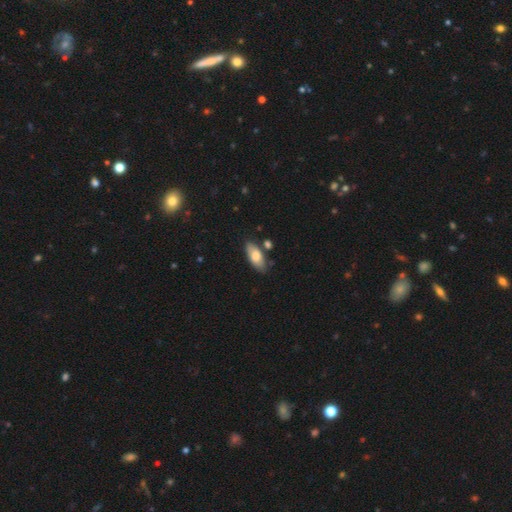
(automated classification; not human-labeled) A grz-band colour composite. It shows a smooth galaxy with no disk features (76%) that is in between round and cigar-shaped (84%). Merging: none (76%).